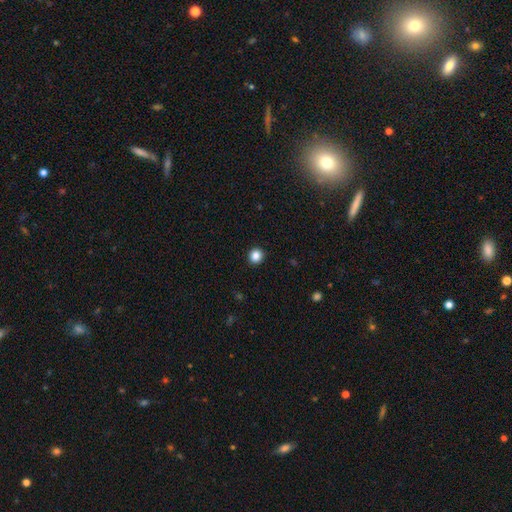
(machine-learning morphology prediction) A smooth galaxy with no disk features (86%) that is round (92%). Merging: none (93%).